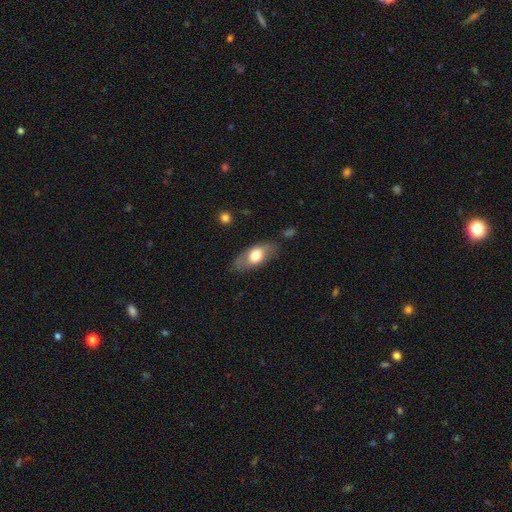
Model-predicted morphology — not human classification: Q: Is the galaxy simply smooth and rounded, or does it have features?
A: smooth — 57%.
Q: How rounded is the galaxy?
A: in between — 86%.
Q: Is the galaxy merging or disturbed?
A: none — 73%.